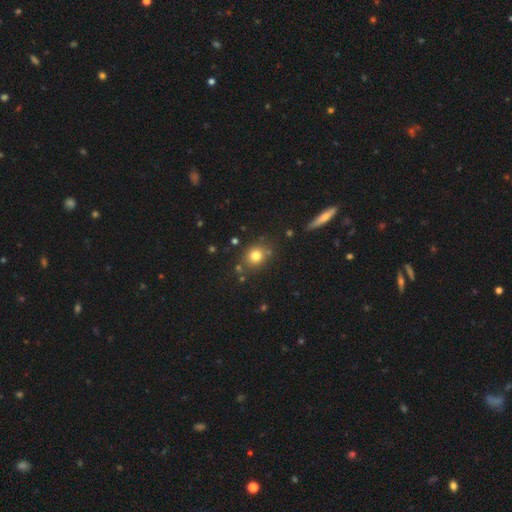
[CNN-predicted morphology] smooth_or_featured: smooth (p=0.79) [alt: star or artifact p=0.12]
how_rounded: round (p=0.68) [alt: in between p=0.31]
merging: none (p=0.78) [alt: minor disturbance p=0.12]